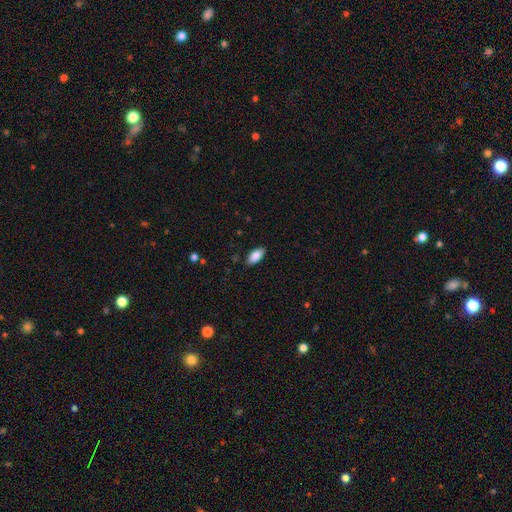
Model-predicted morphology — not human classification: Smooth or featured?
  - smooth: 87% *
  - star or artifact: 7%
  - featured or disk: 6%
How rounded?
  - in between: 89% *
  - cigar-shaped: 9%
  - round: 2%
Merging?
  - none: 86% *
  - minor disturbance: 11%
  - major disturbance: 2%
  - merger: 1%